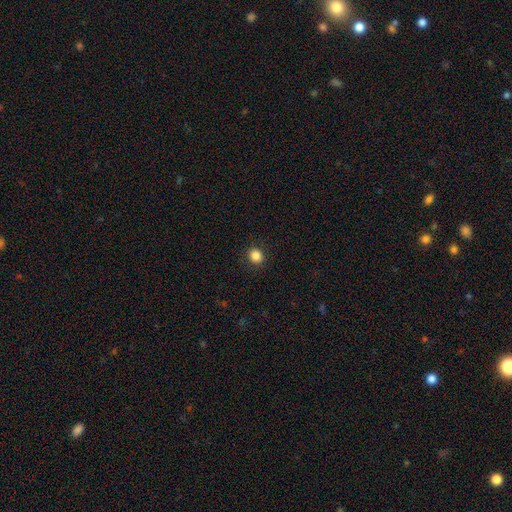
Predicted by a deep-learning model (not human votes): smooth-or-featured: smooth: 86% | star or artifact: 10% | featured or disk: 3%
  how-rounded: round: 76% | in between: 23% | cigar-shaped: 1%
  merging: none: 91% | minor disturbance: 6% | major disturbance: 2% | merger: 1%